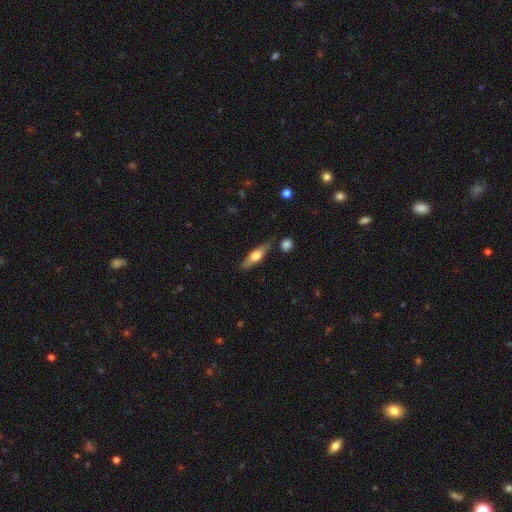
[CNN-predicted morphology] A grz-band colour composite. It shows a featured or disk galaxy (51%) viewed edge-on (91%). Merging: none (81%).